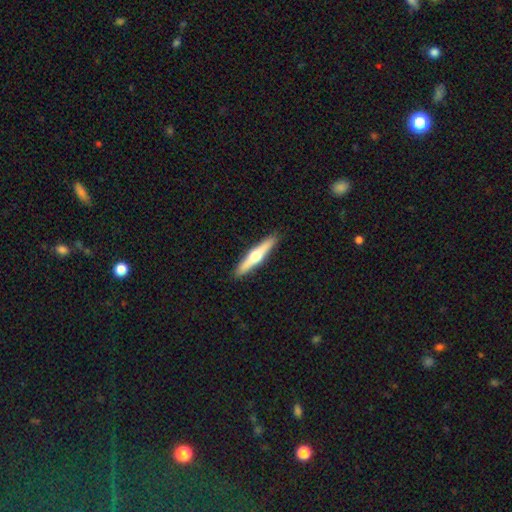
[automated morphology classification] Smooth or featured? featured or disk (57%)
Edge-on disk? yes (96%)
Edge-on bulge? rounded (93%)
Merging? none (91%)